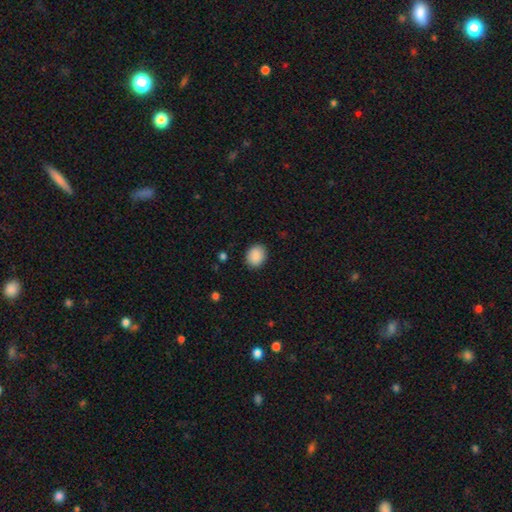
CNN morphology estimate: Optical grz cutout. It shows a smooth galaxy with no disk features (89%) that is round (57%). Merging: none (89%).